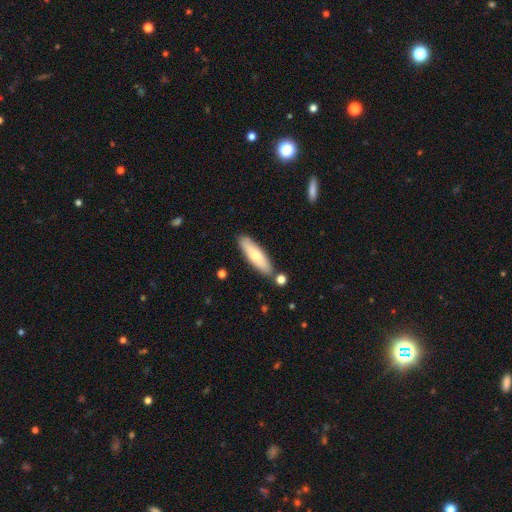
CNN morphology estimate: A smooth galaxy with no disk features (69%) that is cigar-shaped (64%). Merging: none (83%).